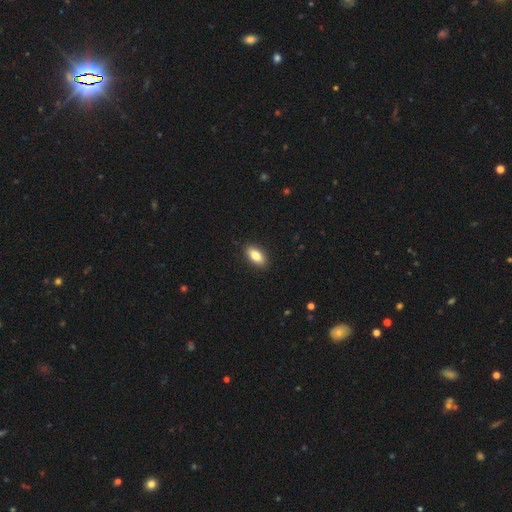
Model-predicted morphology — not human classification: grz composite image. It shows a smooth galaxy with no disk features (82%) that is in between round and cigar-shaped (90%). Merging: none (90%).